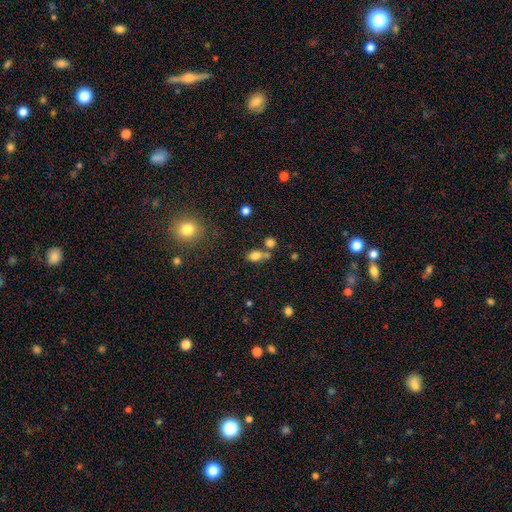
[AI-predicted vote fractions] Smooth or featured? Predicted: smooth (p=0.79). How rounded? Predicted: in between (p=0.78). Merging? Predicted: none (p=0.48).